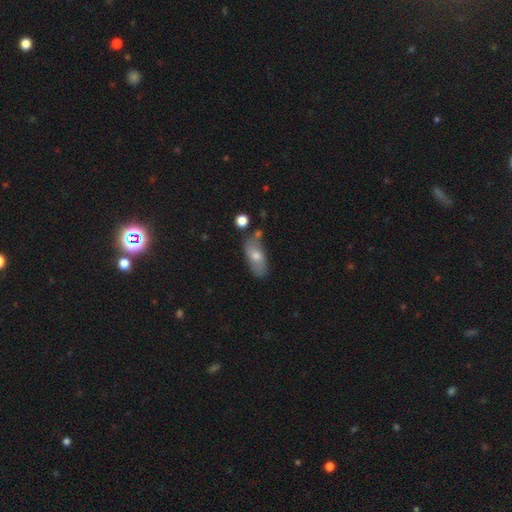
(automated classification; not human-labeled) This appears to be a smooth galaxy with no disk features (57%) that is in between round and cigar-shaped (82%). Merging: none (66%).